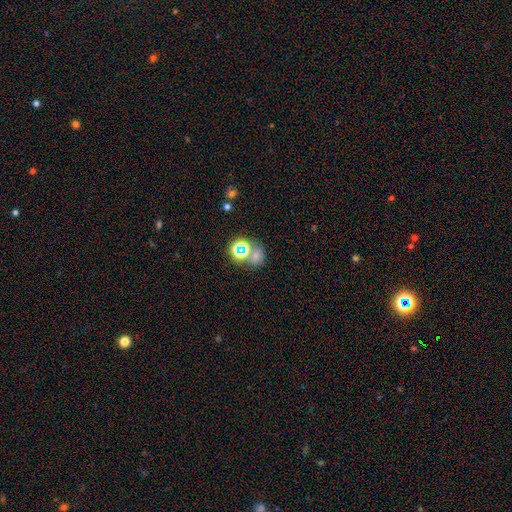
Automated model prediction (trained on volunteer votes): Overall: smooth (52%; star or artifact 37%). How rounded: round (66%; in between 33%). Merging: none (53%; merger 28%).